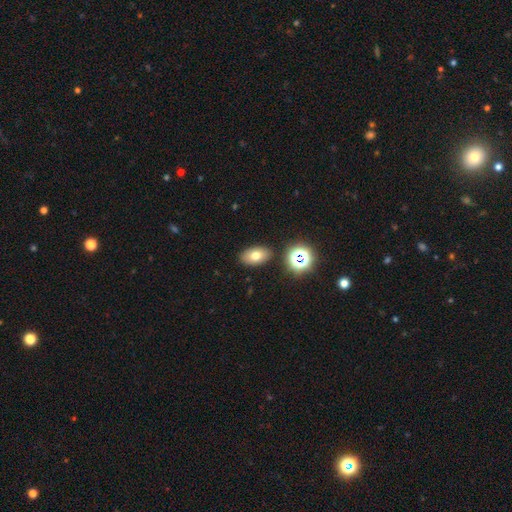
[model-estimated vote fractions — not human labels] The model was most divided on "smooth or featured": smooth: 72%, star or artifact: 14%, featured or disk: 14%. More confident: how rounded — in between (89%); merging — none (86%).